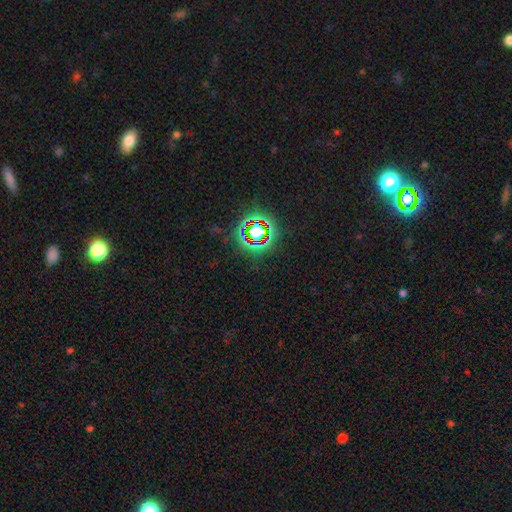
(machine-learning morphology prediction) star or artifact 77%, smooth 14%, featured or disk 10%.